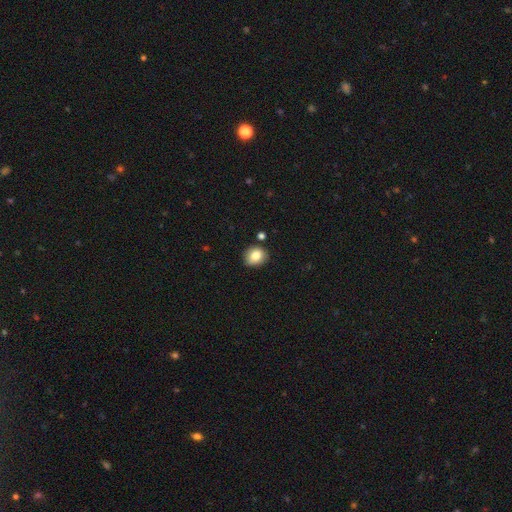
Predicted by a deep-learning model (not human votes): A smooth galaxy with no disk features (81%) that is round (67%).

Vote fractions:
- Smooth or featured? smooth: 81% / featured or disk: 10% / star or artifact: 9%
- How rounded? round: 67% / in between: 32% / cigar-shaped: 1%
- Merging? none: 80% / minor disturbance: 14% / merger: 4% / major disturbance: 3%